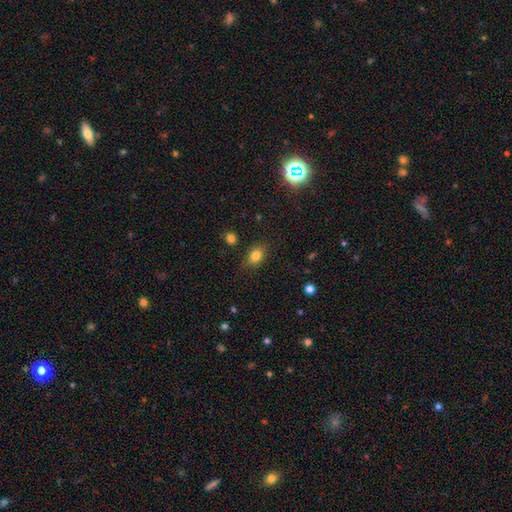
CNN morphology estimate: A smooth galaxy with no disk features (82%) that is in between round and cigar-shaped (65%). Merging: none (80%).